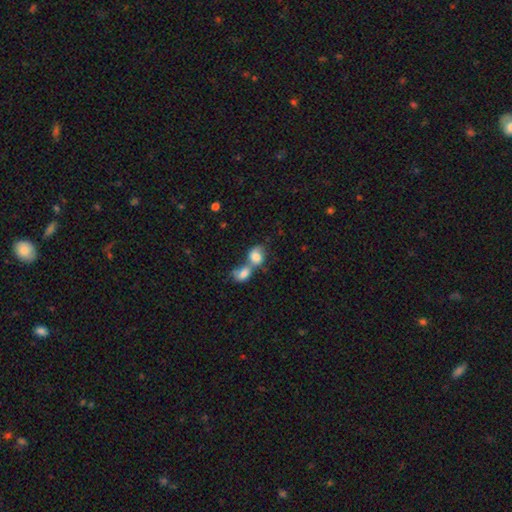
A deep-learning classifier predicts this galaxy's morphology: Smooth or featured? Predicted: smooth (p=0.77). How rounded? Predicted: in between (p=0.62). Merging? Predicted: merger (p=0.73).